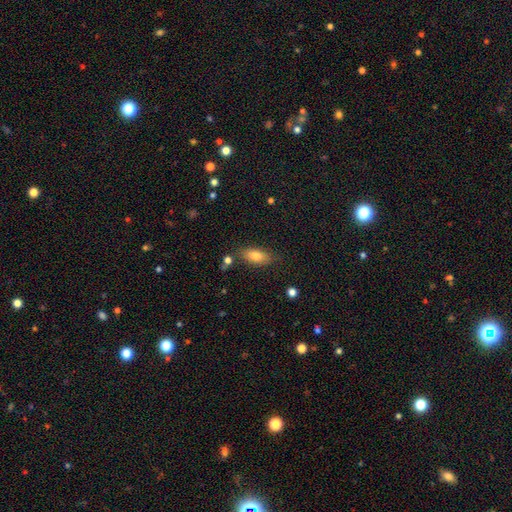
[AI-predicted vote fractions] smooth 78%, featured or disk 14%, star or artifact 8%. Down the decision tree: how rounded — in between (84%); merging — none (80%).